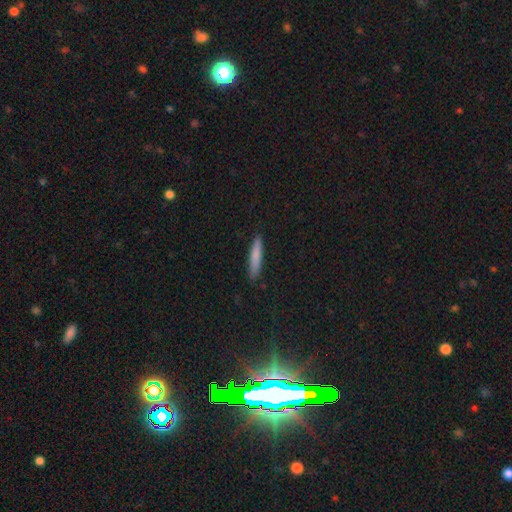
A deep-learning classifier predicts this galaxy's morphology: smooth 81%, featured or disk 13%, star or artifact 6%. Down the decision tree: how rounded — cigar-shaped (89%); merging — none (88%).